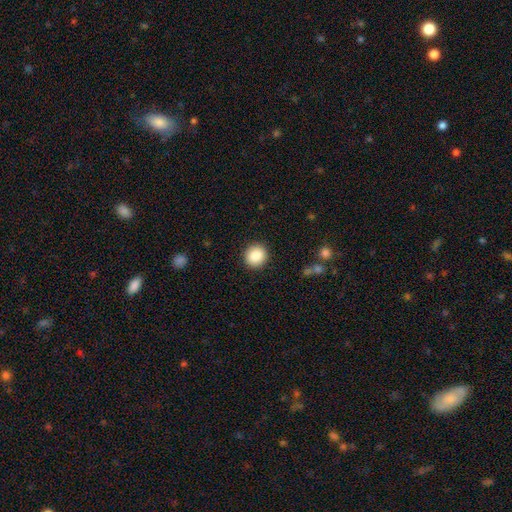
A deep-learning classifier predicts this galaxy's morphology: type=smooth (88%); roundness=round (88%); merging=none (91%).